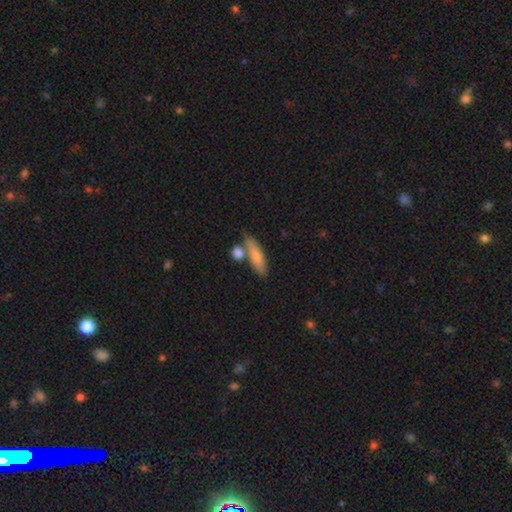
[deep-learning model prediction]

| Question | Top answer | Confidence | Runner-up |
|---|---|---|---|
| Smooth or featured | smooth | 74% | featured or disk (20%) |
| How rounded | cigar-shaped | 53% | in between (43%) |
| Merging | none | 60% | merger (22%) |